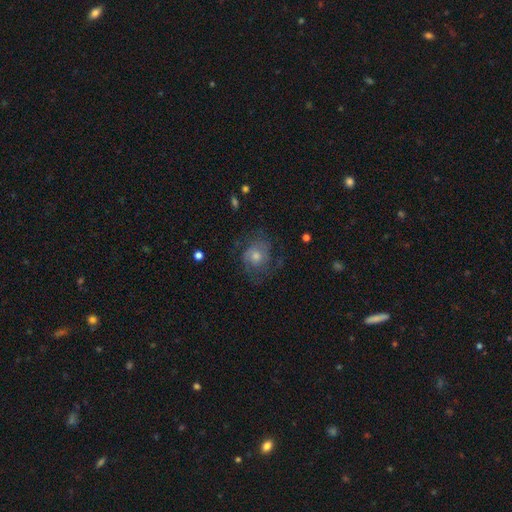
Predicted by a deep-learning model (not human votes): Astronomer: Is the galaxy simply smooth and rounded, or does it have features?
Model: featured or disk — 58%.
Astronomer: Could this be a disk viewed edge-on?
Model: no — 97%.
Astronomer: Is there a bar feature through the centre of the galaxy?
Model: no — 79%.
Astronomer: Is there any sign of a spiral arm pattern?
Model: yes — 83%.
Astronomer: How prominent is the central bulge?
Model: moderate — 57%.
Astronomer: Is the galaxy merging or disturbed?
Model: none — 68%.